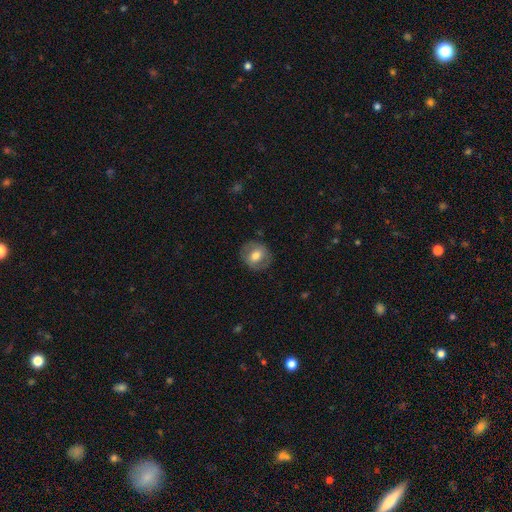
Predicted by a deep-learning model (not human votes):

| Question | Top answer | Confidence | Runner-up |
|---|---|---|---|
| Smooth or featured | smooth | 60% | featured or disk (33%) |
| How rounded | round | 75% | in between (24%) |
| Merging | none | 83% | minor disturbance (12%) |